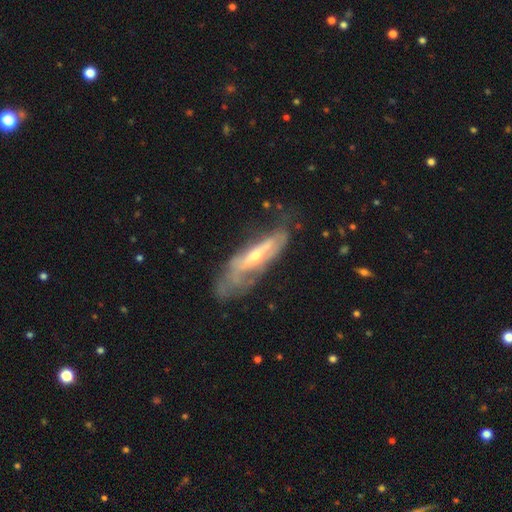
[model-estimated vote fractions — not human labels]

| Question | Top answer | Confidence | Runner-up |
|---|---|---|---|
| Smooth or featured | featured or disk | 71% | smooth (22%) |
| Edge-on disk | no | 60% | yes (40%) |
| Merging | none | 48% | minor disturbance (27%) |